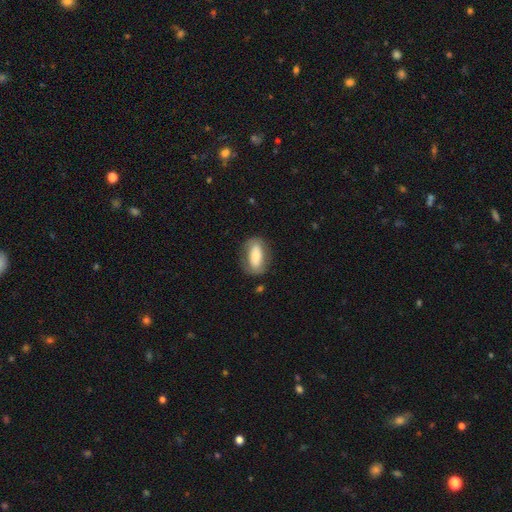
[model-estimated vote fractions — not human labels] This appears to be a smooth galaxy with no disk features (66%) that is in between round and cigar-shaped (85%). Merging: none (75%).